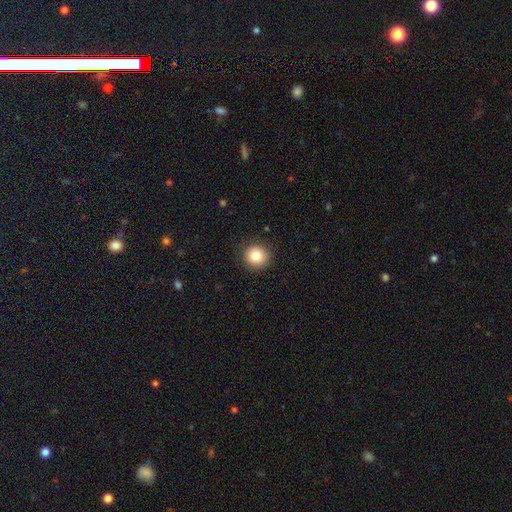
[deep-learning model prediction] Overall: smooth (83%). How rounded: round (92%). Merging: none (90%).